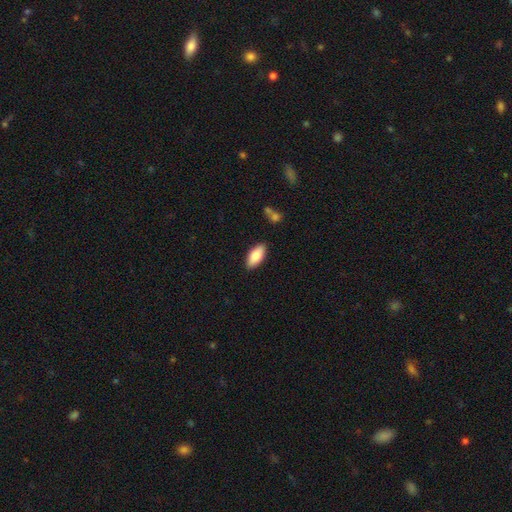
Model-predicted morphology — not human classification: smooth_or_featured: smooth (p=0.81) [alt: featured or disk p=0.13]
how_rounded: in between (p=0.86) [alt: cigar-shaped p=0.12]
merging: none (p=0.88) [alt: minor disturbance p=0.09]